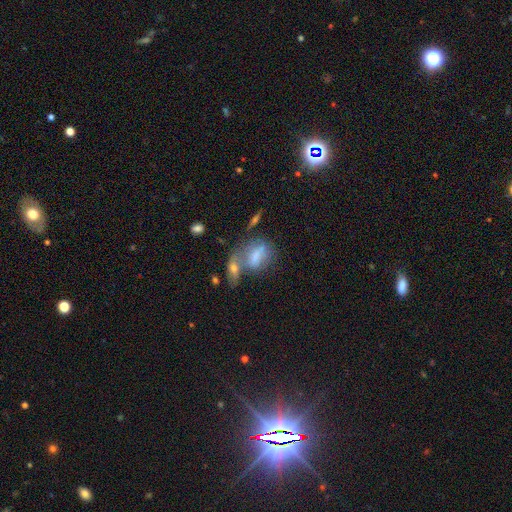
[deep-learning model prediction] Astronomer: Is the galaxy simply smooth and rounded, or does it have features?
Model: smooth — 49% (runner-up: featured or disk, 31%).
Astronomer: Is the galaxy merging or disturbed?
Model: merger — 38% (runner-up: none, 34%).